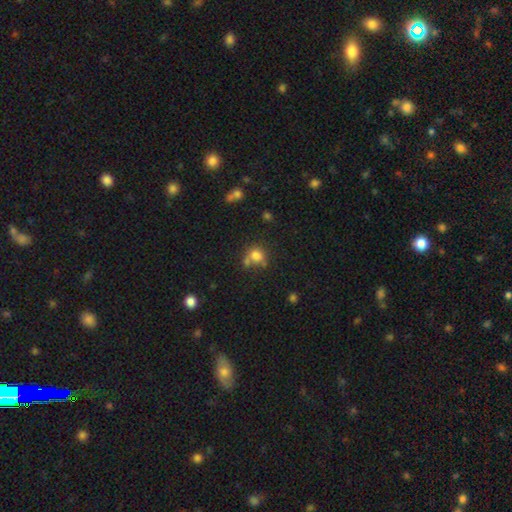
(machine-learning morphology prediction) Smooth or featured? Predicted: smooth (p=0.76). How rounded? Predicted: round (p=0.72). Merging? Predicted: none (p=0.48).